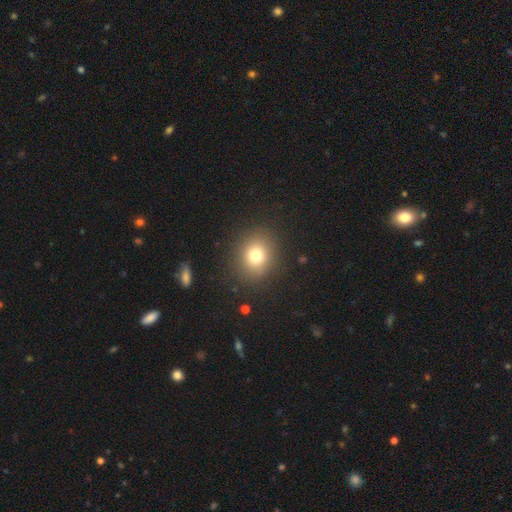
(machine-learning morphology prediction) This appears to be a smooth galaxy with no disk features (76%) that is round (74%). Merging: none (87%).